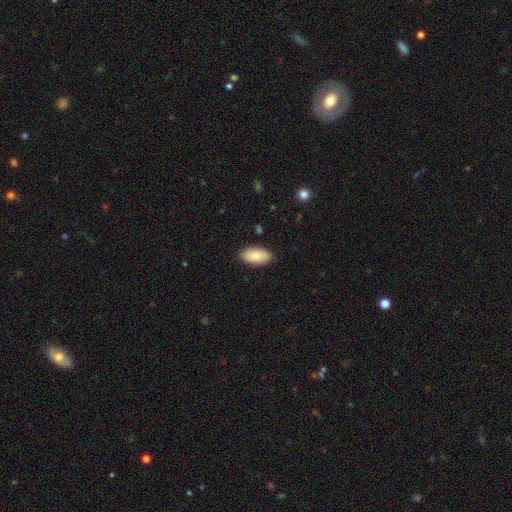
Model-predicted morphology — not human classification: Smooth or featured: smooth — 85% (featured or disk — 9%)
How rounded: in between — 94% (cigar-shaped — 4%)
Merging: none — 88% (minor disturbance — 9%)